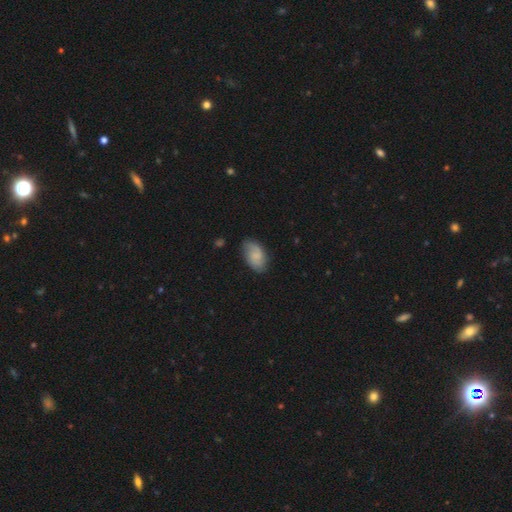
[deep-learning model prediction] A smooth galaxy with no disk features (64%) that is in between round and cigar-shaped (92%).

Vote fractions:
- Smooth or featured? smooth: 64% / featured or disk: 29% / star or artifact: 7%
- How rounded? in between: 92% / round: 6% / cigar-shaped: 2%
- Merging? none: 73% / minor disturbance: 20% / major disturbance: 5% / merger: 2%